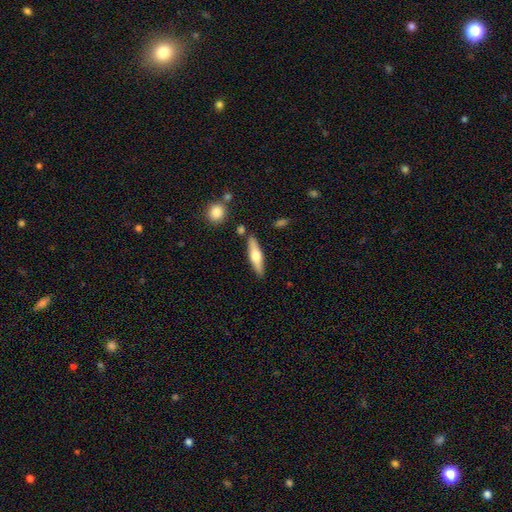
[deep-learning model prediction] Overall: smooth (49%; featured or disk 45%). Merging: none (84%).